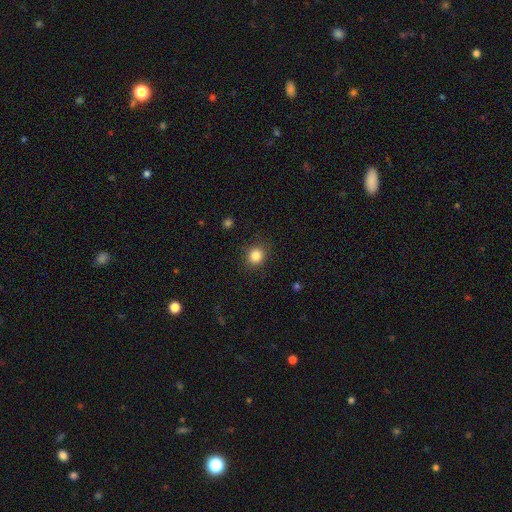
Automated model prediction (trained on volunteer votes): The model was most divided on "how rounded": round: 81%, in between: 18%, cigar-shaped: 1%. More confident: merging — none (87%); smooth or featured — smooth (85%).